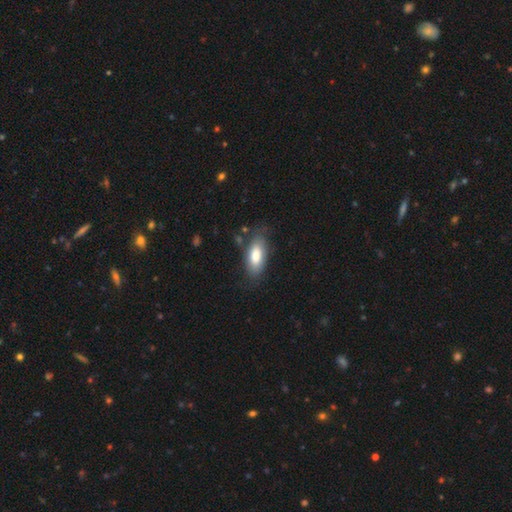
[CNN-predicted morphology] Smooth or featured: smooth — 78% (featured or disk — 16%)
How rounded: in between — 84% (cigar-shaped — 13%)
Merging: none — 73% (minor disturbance — 19%)